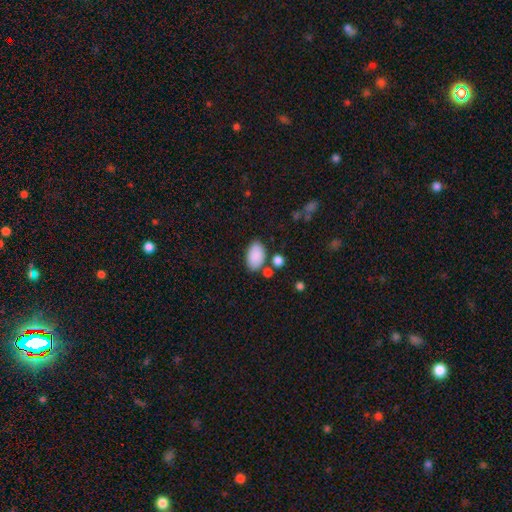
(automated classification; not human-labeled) A smooth galaxy with no disk features (88%) that is in between round and cigar-shaped (93%). Merging: none (73%).